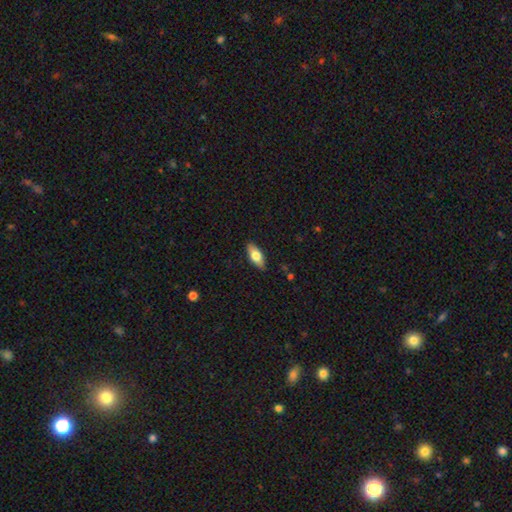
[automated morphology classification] The model was most divided on "smooth or featured": smooth: 69%, featured or disk: 25%, star or artifact: 6%. More confident: merging — none (88%); how rounded — in between (81%).